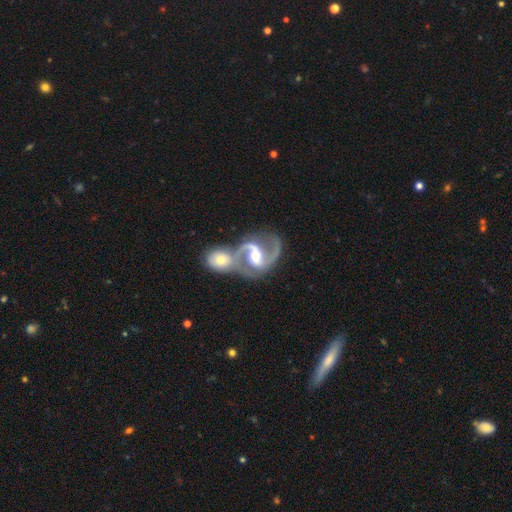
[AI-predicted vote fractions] Q: Smooth or featured?
A: featured or disk (90%); runner-up: smooth (5%)
Q: Edge-on disk?
A: no (98%); runner-up: yes (2%)
Q: Bar?
A: weak (42%); runner-up: strong (37%)
Q: Spiral arms?
A: yes (98%); runner-up: no (2%)
Q: Spiral winding?
A: medium (59%); runner-up: loose (29%)
Q: Spiral arm count?
A: 2 (92%); runner-up: 1 (2%)
Q: Bulge size?
A: moderate (64%); runner-up: small (30%)
Q: Merging?
A: merger (59%); runner-up: none (27%)